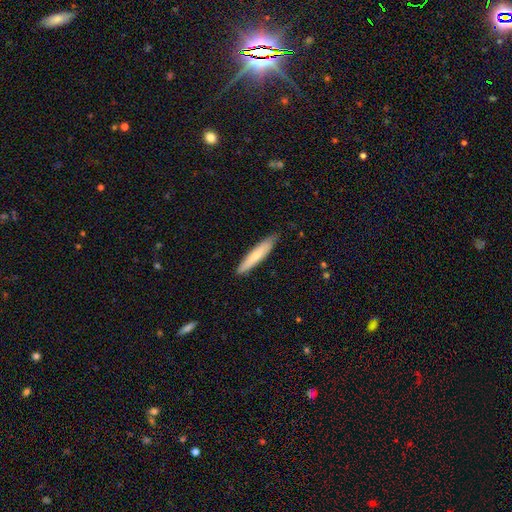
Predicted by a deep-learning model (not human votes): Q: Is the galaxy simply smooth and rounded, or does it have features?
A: smooth — 67%.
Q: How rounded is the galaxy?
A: cigar-shaped — 89%.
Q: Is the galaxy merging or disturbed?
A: none — 83%.